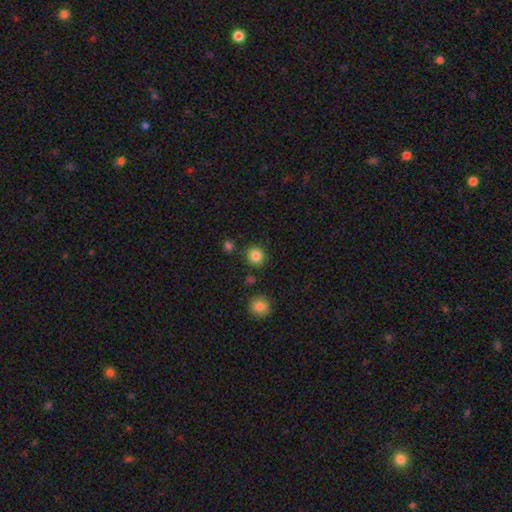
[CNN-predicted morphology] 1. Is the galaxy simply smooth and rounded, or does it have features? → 85% smooth, 11% star or artifact, 4% featured or disk.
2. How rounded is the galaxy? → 90% round, 9% in between, 1% cigar-shaped.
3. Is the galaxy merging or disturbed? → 86% none, 7% minor disturbance, 4% merger, 3% major disturbance.